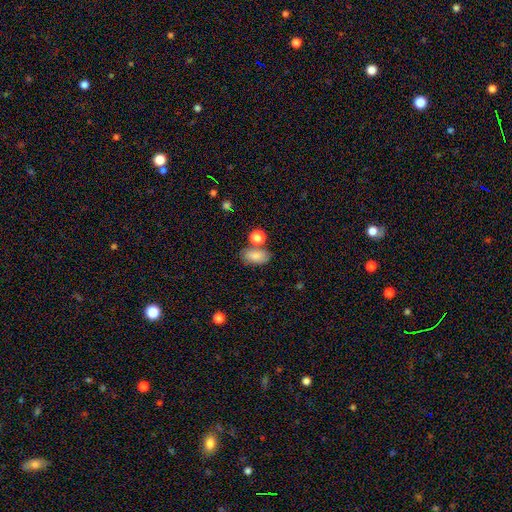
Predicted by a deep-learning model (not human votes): This is clearly a smooth galaxy (80%). How rounded: clearly in between (88%). Merging: likely none (60%).